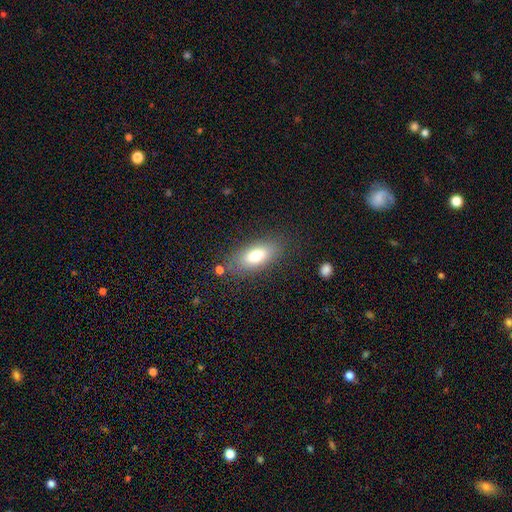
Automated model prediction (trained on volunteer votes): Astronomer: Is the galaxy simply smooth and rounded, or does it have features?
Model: smooth — 79%.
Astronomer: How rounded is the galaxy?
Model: in between — 83%.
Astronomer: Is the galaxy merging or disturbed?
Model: none — 80%.